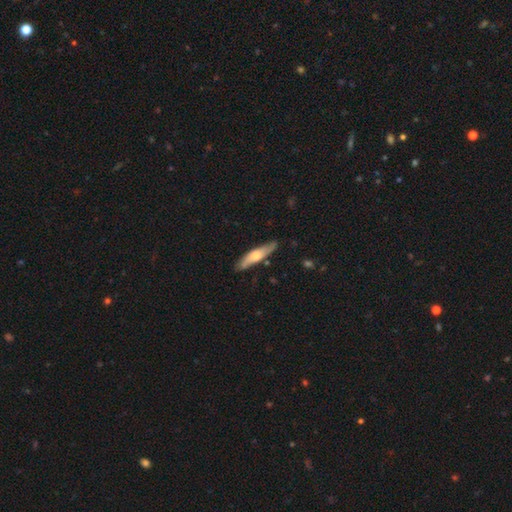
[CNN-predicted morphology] Smooth or featured? smooth (53%)
How rounded? cigar-shaped (79%)
Merging? none (82%)